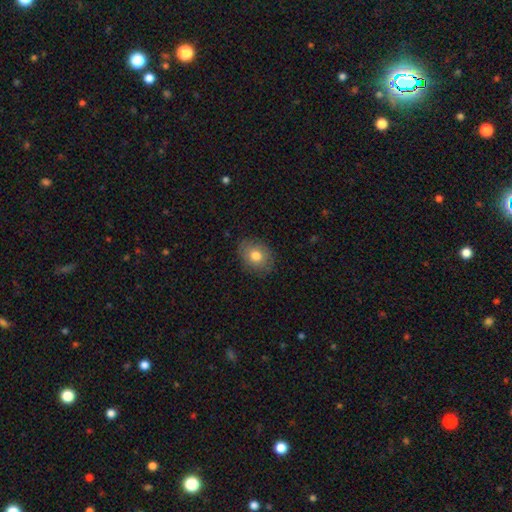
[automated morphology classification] A smooth galaxy with no disk features (76%) that is in between round and cigar-shaped (59%). Merging: none (83%).